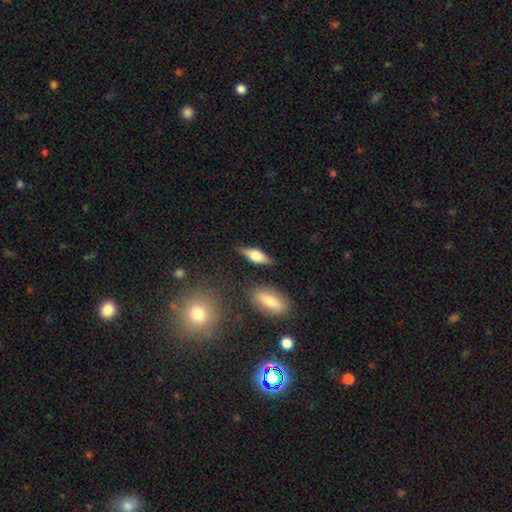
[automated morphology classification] Smooth or featured? smooth (52%)
How rounded? in between (61%)
Merging? none (80%)